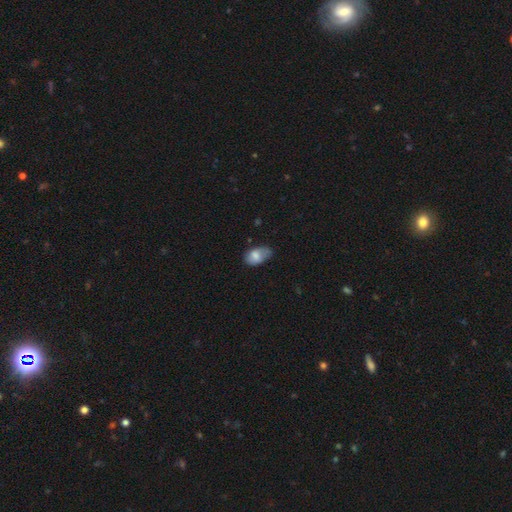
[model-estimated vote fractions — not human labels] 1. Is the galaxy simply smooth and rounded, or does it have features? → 77% smooth, 16% featured or disk, 7% star or artifact.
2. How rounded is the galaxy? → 89% in between, 9% round, 1% cigar-shaped.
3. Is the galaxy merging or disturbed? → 46% none, 41% minor disturbance, 11% major disturbance, 2% merger.